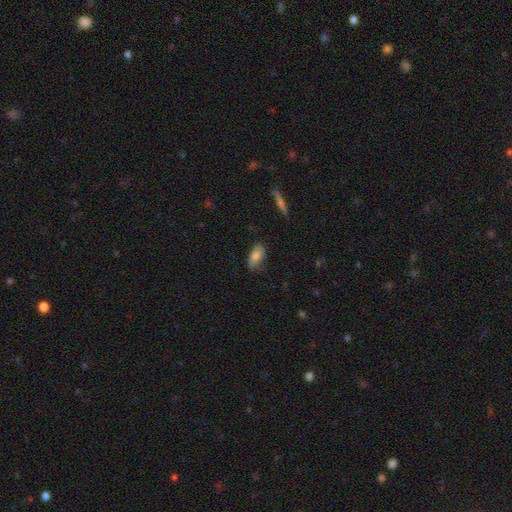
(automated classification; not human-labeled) A smooth galaxy with no disk features (78%) that is in between round and cigar-shaped (89%).

Vote fractions:
- Smooth or featured? smooth: 78% / featured or disk: 14% / star or artifact: 7%
- How rounded? in between: 89% / cigar-shaped: 7% / round: 4%
- Merging? none: 71% / minor disturbance: 23% / major disturbance: 4% / merger: 1%